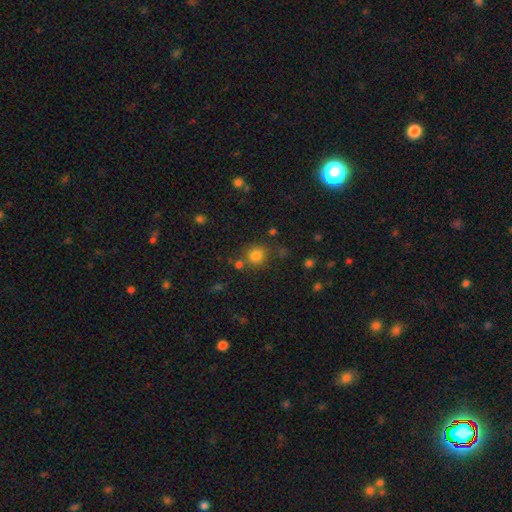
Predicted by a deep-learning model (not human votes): smooth-or-featured: smooth: 80% | star or artifact: 14% | featured or disk: 6%
  how-rounded: round: 88% | in between: 11% | cigar-shaped: 1%
  merging: none: 74% | merger: 11% | minor disturbance: 11% | major disturbance: 4%